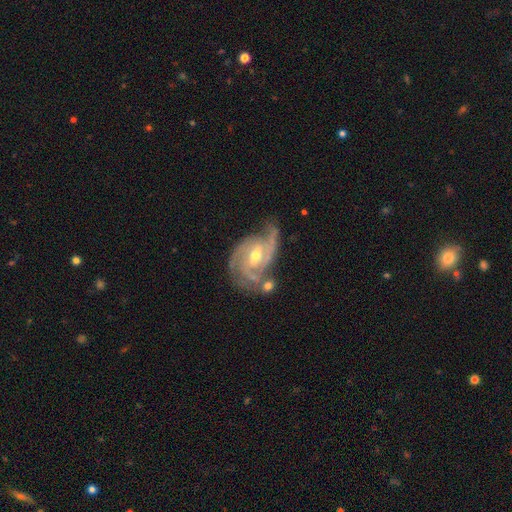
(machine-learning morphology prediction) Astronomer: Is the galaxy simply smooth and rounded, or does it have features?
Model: featured or disk — 90%.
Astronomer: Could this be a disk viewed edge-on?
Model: no — 97%.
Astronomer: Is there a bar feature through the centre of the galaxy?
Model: weak — 49% (runner-up: no, 31%).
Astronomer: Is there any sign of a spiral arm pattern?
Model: yes — 97%.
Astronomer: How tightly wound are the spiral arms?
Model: tight — 45% (runner-up: medium, 44%).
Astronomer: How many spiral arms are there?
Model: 2 — 37% (runner-up: 3, 36%).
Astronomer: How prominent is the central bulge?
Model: moderate — 63%.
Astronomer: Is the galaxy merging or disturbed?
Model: none — 52%.